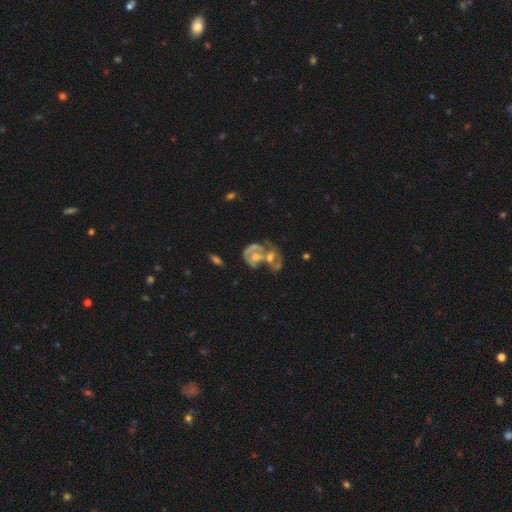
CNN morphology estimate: Smooth or featured? featured or disk (66%)
Edge-on disk? no (97%)
Bar? no (78%)
Spiral arms? yes (52%)
Bulge size? moderate (53%)
Merging? merger (68%)